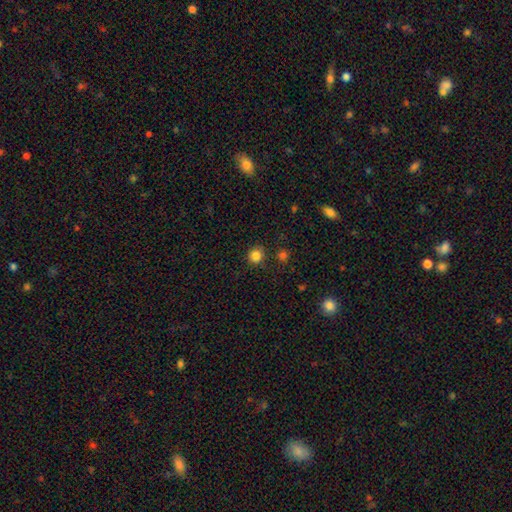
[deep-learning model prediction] Morphology: type=smooth (84%); roundness=round (88%); merging=none (88%).